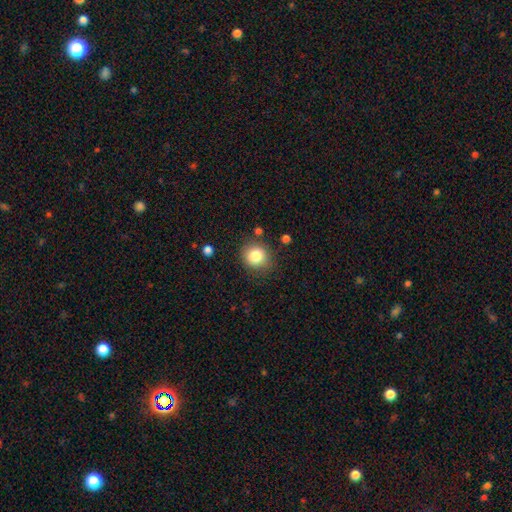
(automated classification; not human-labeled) The model was most divided on "how rounded": round: 85%, in between: 14%, cigar-shaped: 1%. More confident: merging — none (83%); smooth or featured — smooth (82%).